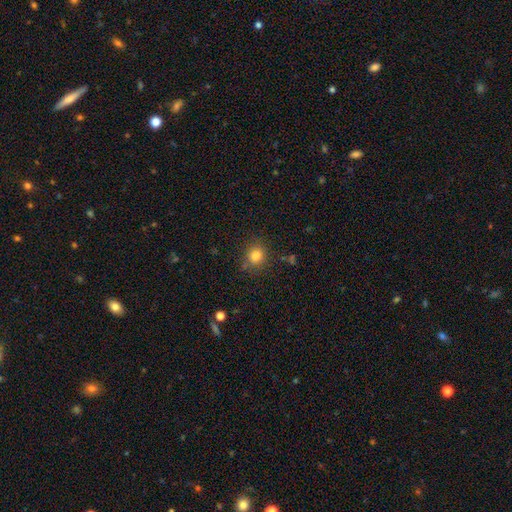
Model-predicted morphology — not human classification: smooth_or_featured: smooth (p=0.82) [alt: star or artifact p=0.12]
how_rounded: round (p=0.79) [alt: in between p=0.20]
merging: none (p=0.82) [alt: minor disturbance p=0.12]